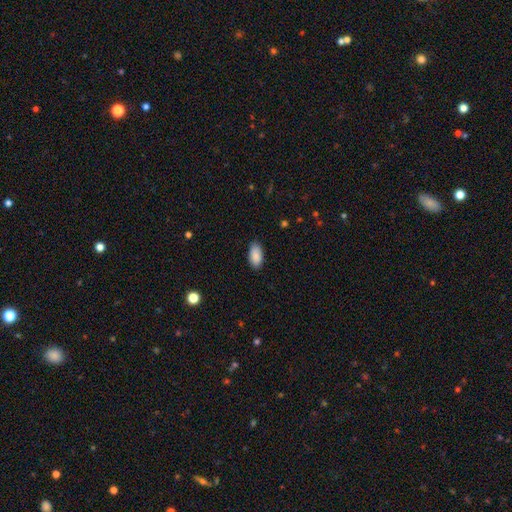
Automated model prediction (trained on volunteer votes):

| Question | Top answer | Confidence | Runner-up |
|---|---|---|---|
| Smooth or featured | smooth | 90% | star or artifact (7%) |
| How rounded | in between | 94% | cigar-shaped (3%) |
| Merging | none | 86% | minor disturbance (11%) |